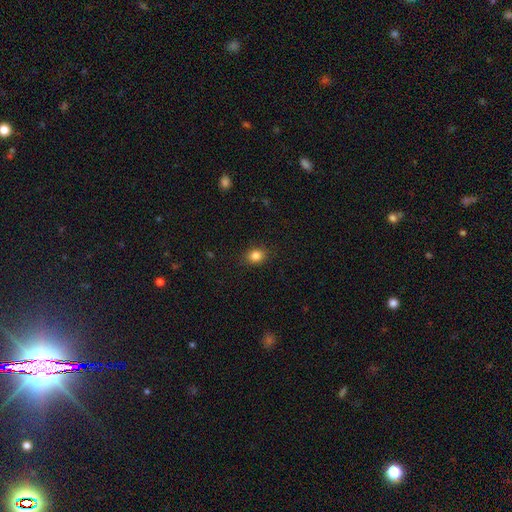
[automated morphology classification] The model was most divided on "how rounded": round: 59%, in between: 40%, cigar-shaped: 1%. More confident: merging — none (87%); smooth or featured — smooth (84%).